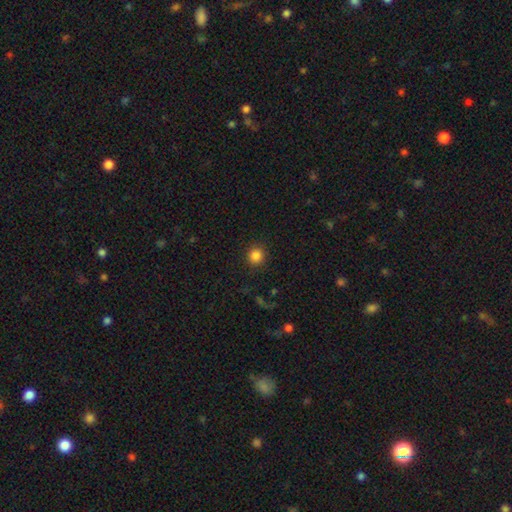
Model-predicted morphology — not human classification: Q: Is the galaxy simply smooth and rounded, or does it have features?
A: smooth — 85%.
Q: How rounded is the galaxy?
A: round — 92%.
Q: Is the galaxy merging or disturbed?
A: none — 90%.